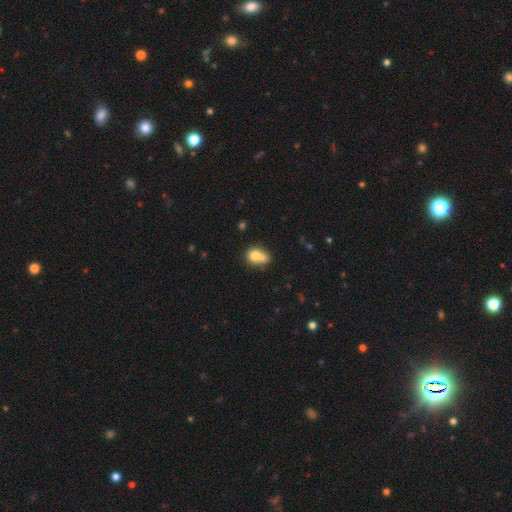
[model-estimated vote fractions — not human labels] Overall: smooth (73%). How rounded: round (60%; in between 38%). Merging: merger (53%; none 31%).